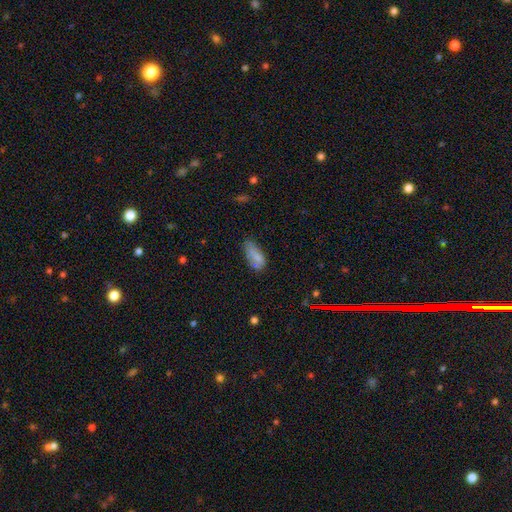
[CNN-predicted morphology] smooth 76%, featured or disk 15%, star or artifact 9%. Down the decision tree: how rounded — in between (82%); merging — none (47%).